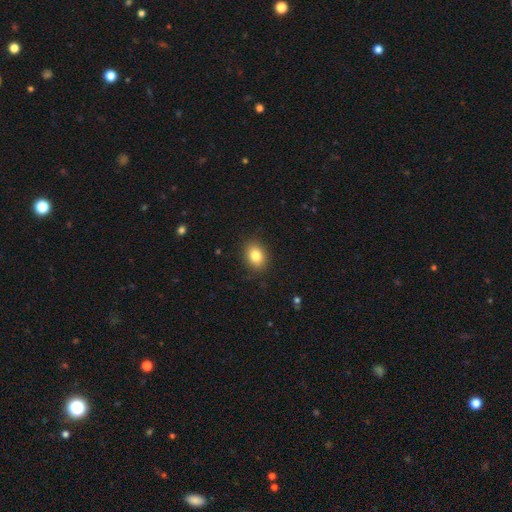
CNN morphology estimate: smooth 83%, star or artifact 10%, featured or disk 7%. Down the decision tree: how rounded — in between (65%); merging — none (88%).